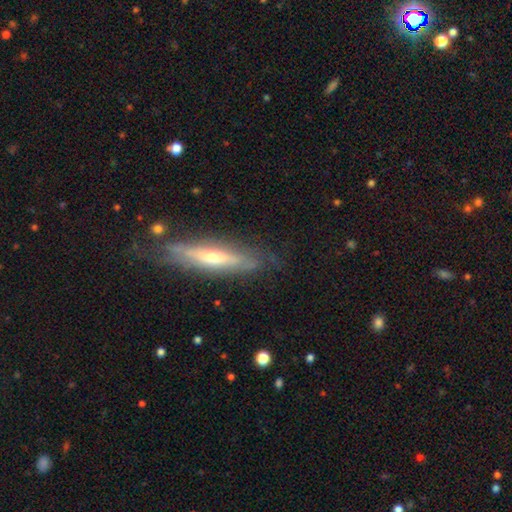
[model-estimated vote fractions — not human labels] A featured or disk galaxy (63%) viewed edge-on (74%). Merging: none (77%).